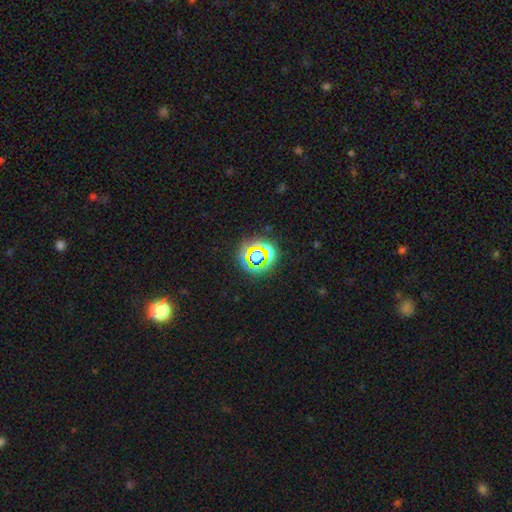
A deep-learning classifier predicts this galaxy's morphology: smooth_or_featured: star or artifact (p=0.60) [alt: smooth p=0.26]